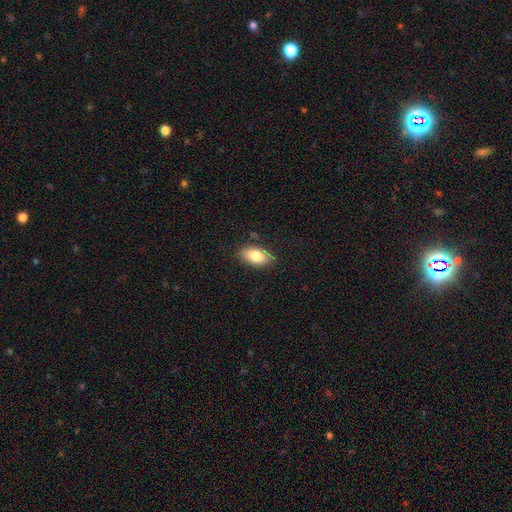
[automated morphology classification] This appears to be a smooth galaxy with no disk features (81%) that is in between round and cigar-shaped (92%). Merging: none (81%).